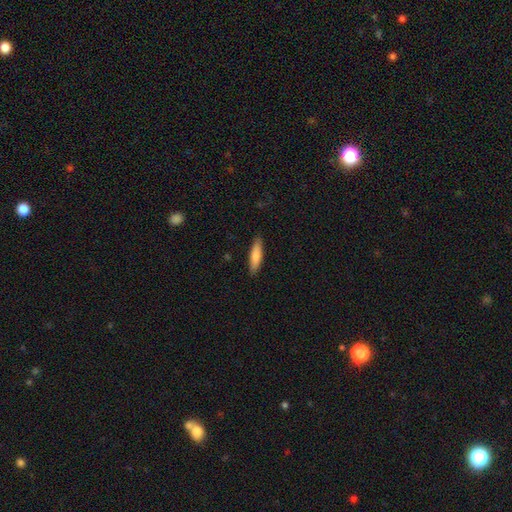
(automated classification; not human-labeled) smooth_or_featured: smooth (p=0.81) [alt: featured or disk p=0.14]
how_rounded: cigar-shaped (p=0.73) [alt: in between p=0.25]
merging: none (p=0.89) [alt: minor disturbance p=0.08]